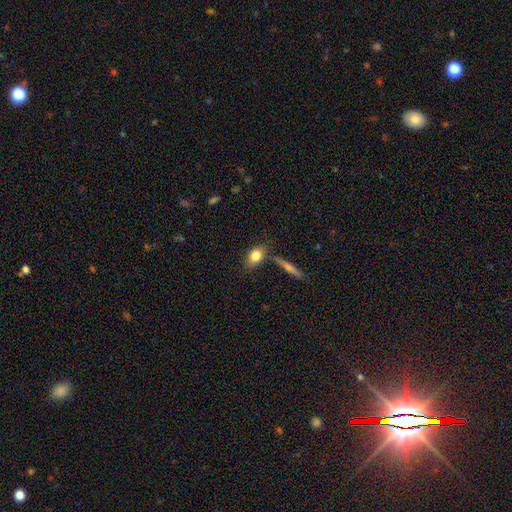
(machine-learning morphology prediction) Smooth or featured: smooth — 80% (featured or disk — 12%)
How rounded: in between — 69% (round — 24%)
Merging: none — 67% (minor disturbance — 16%)